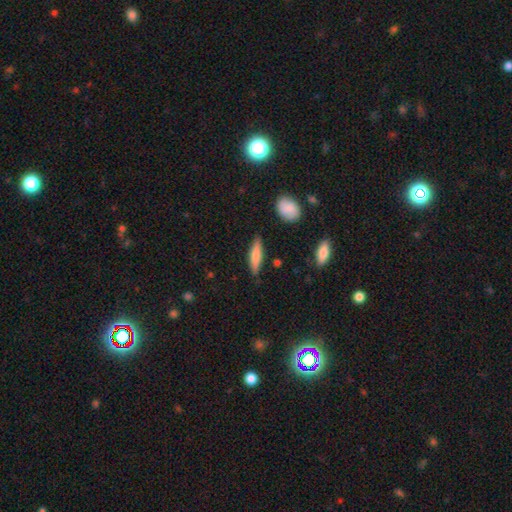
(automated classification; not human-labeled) This is likely a smooth galaxy (68%). How rounded: likely cigar-shaped (75%). Merging: clearly none (84%).